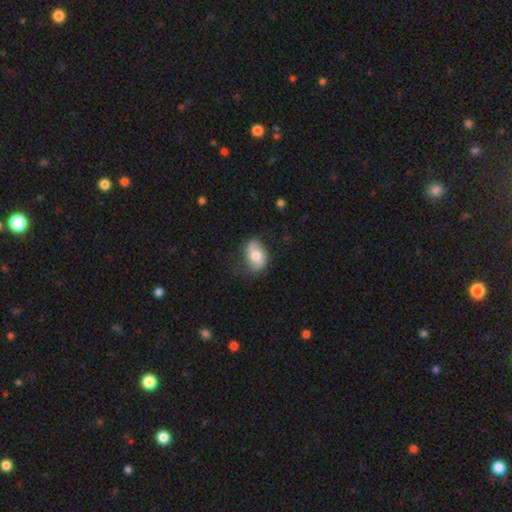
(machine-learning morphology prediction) smooth-or-featured: smooth: 54% | featured or disk: 39% | star or artifact: 7%
  how-rounded: in between: 79% | round: 20% | cigar-shaped: 2%
  merging: none: 68% | minor disturbance: 24% | major disturbance: 7% | merger: 2%